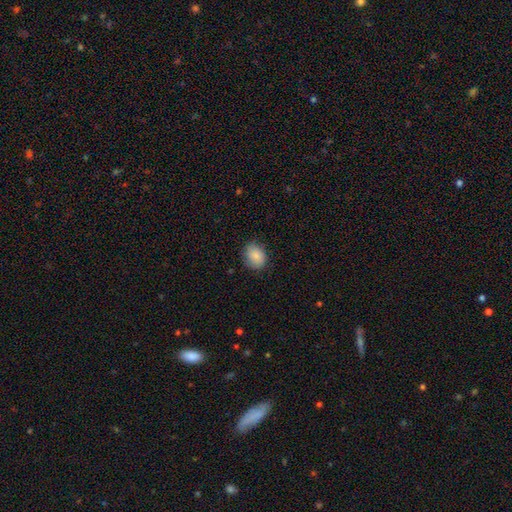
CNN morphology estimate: Smooth or featured? smooth (86%)
How rounded? in between (58%)
Merging? none (78%)